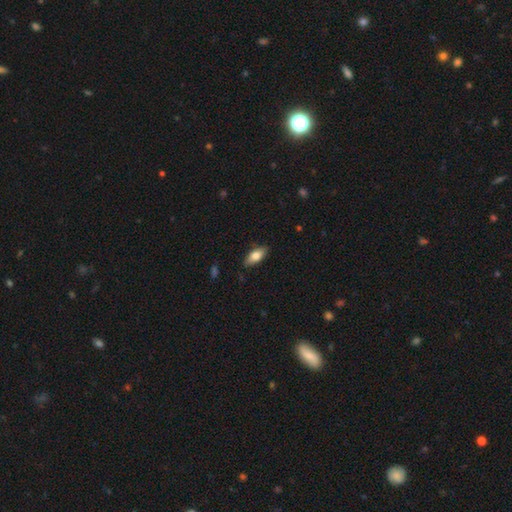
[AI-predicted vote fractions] Morphology: type=smooth (76%); roundness=in between (82%); merging=none (83%).